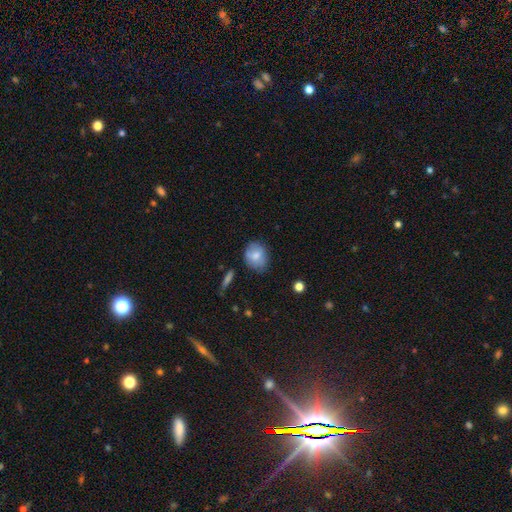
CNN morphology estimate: The model was most divided on "how rounded": round: 50%, in between: 49%, cigar-shaped: 1%. More confident: smooth or featured — smooth (73%); merging — none (68%).